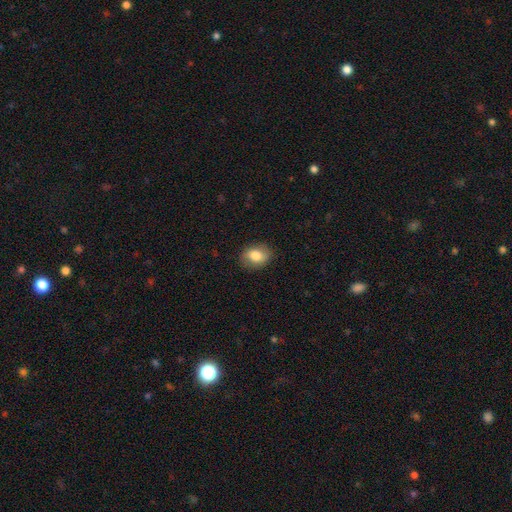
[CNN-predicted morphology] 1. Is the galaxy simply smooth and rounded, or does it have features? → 78% smooth, 14% featured or disk, 8% star or artifact.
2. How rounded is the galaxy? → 62% in between, 36% round, 1% cigar-shaped.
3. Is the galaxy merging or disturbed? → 85% none, 11% minor disturbance, 3% major disturbance, 1% merger.